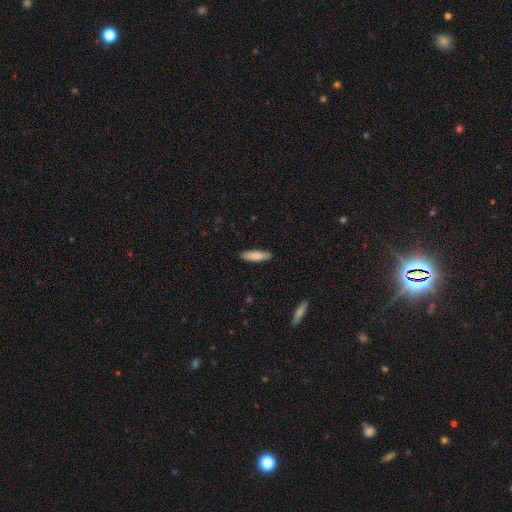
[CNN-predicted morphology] Smooth or featured? smooth (86%)
How rounded? cigar-shaped (61%)
Merging? none (89%)